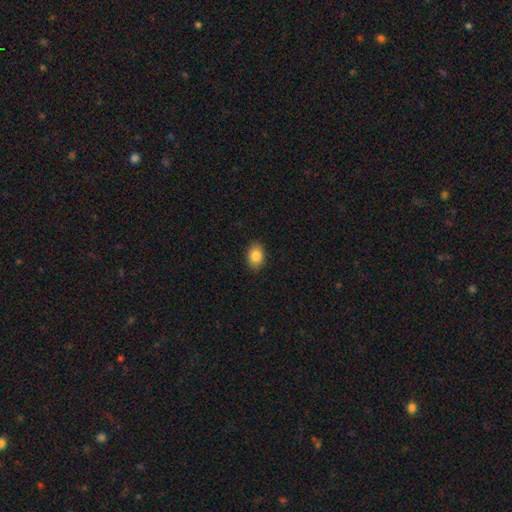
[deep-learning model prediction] Morphology: type=smooth (85%); roundness=in between (79%); merging=none (89%).